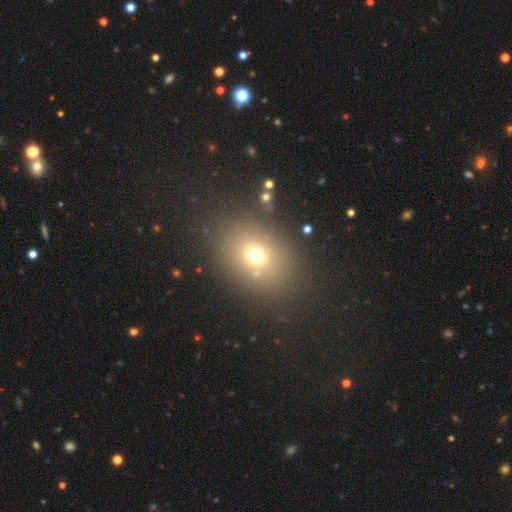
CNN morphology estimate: smooth-or-featured: smooth: 67% | star or artifact: 19% | featured or disk: 14%
  how-rounded: in between: 55% | round: 44% | cigar-shaped: 1%
  merging: none: 79% | minor disturbance: 11% | major disturbance: 6% | merger: 5%